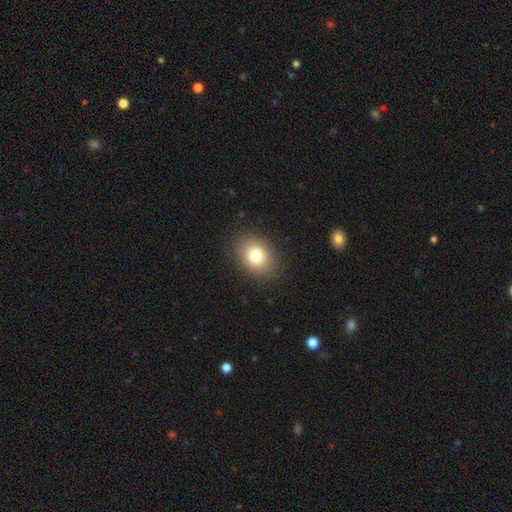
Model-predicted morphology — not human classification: A smooth galaxy with no disk features (78%) that is in between round and cigar-shaped (58%).

Vote fractions:
- Smooth or featured? smooth: 78% / star or artifact: 11% / featured or disk: 11%
- How rounded? in between: 58% / round: 41% / cigar-shaped: 1%
- Merging? none: 88% / minor disturbance: 8% / major disturbance: 3% / merger: 1%